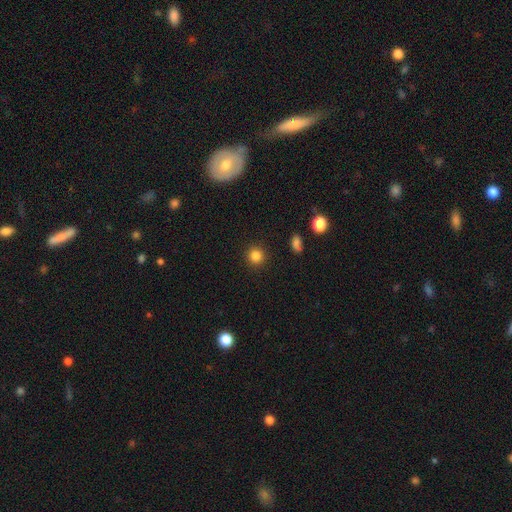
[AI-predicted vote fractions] This is clearly a smooth galaxy (84%). How rounded: clearly round (93%). Merging: clearly none (92%).